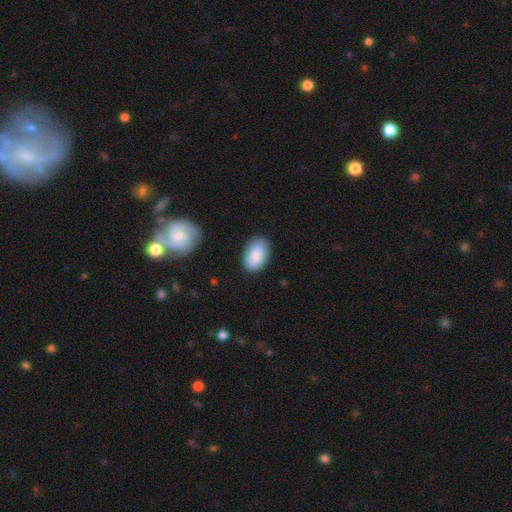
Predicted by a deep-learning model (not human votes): smooth 88%, star or artifact 6%, featured or disk 6%. Down the decision tree: how rounded — in between (93%); merging — none (83%).